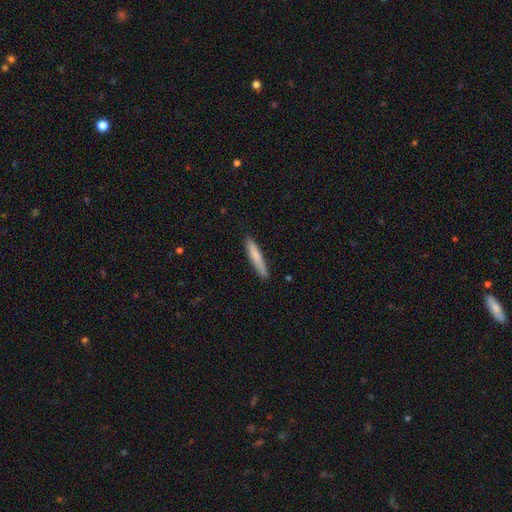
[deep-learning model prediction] Smooth or featured?
  - smooth: 77% *
  - featured or disk: 17%
  - star or artifact: 6%
How rounded?
  - cigar-shaped: 92% *
  - in between: 6%
  - round: 1%
Merging?
  - none: 87% *
  - minor disturbance: 10%
  - major disturbance: 2%
  - merger: 1%